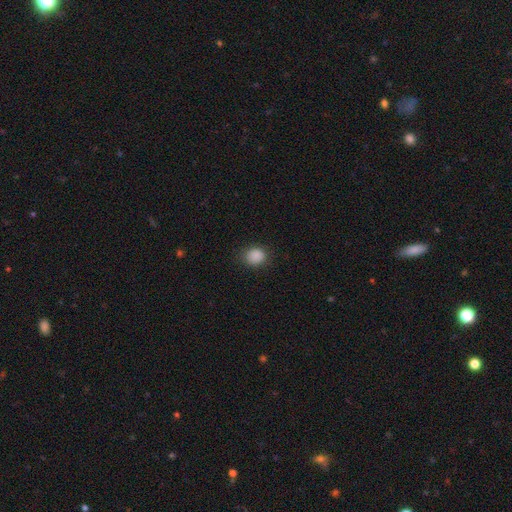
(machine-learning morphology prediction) Q: Smooth or featured?
A: smooth (88%); runner-up: star or artifact (9%)
Q: How rounded?
A: round (66%); runner-up: in between (33%)
Q: Merging?
A: none (84%); runner-up: minor disturbance (12%)